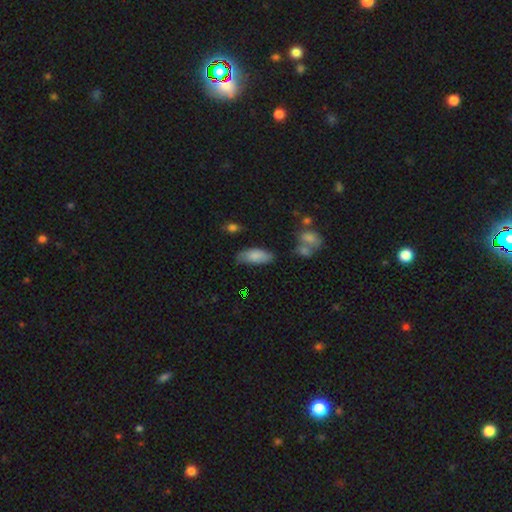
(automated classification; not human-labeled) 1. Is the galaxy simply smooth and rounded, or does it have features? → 78% smooth, 14% featured or disk, 7% star or artifact.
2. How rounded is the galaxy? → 85% in between, 12% cigar-shaped, 2% round.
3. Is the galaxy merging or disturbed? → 61% none, 28% minor disturbance, 7% major disturbance, 4% merger.